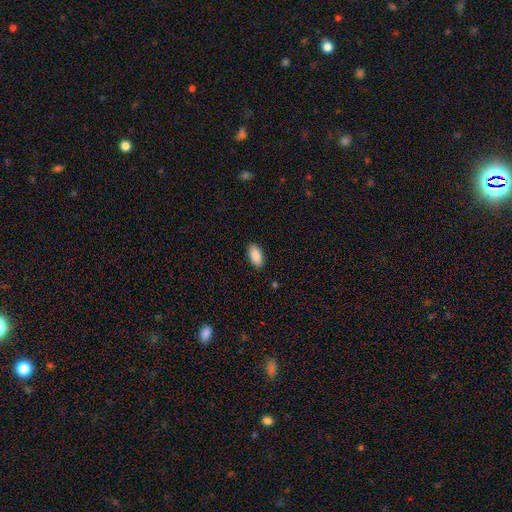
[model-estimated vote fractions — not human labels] Smooth or featured? Predicted: smooth (p=0.90). How rounded? Predicted: in between (p=0.92). Merging? Predicted: none (p=0.88).